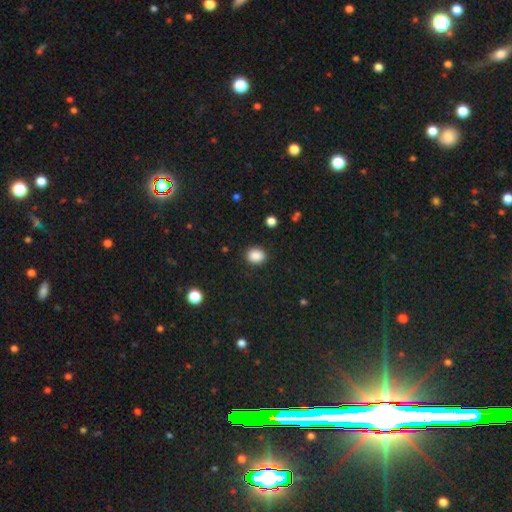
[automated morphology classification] Smooth or featured? smooth (88%)
How rounded? round (53%)
Merging? none (88%)